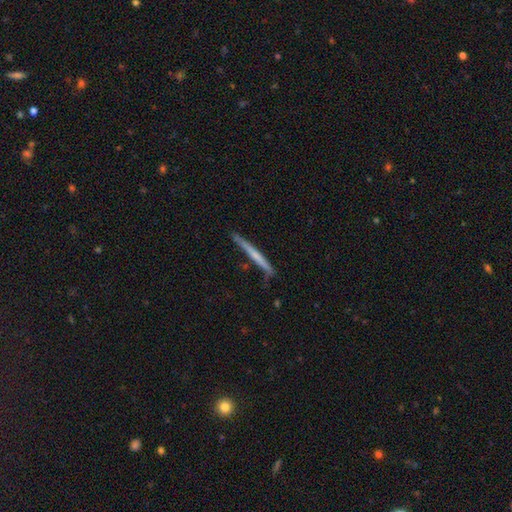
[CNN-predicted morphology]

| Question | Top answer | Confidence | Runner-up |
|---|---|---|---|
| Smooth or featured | smooth | 48% | featured or disk (46%) |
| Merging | none | 77% | minor disturbance (17%) |